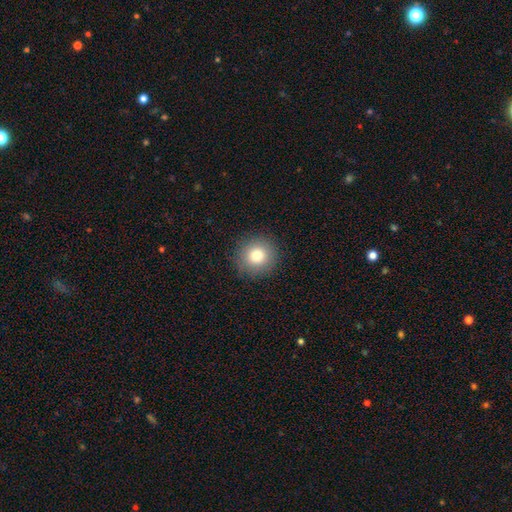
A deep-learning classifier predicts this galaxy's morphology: Smooth or featured?
  - smooth: 82% *
  - star or artifact: 10%
  - featured or disk: 8%
How rounded?
  - round: 93% *
  - in between: 6%
  - cigar-shaped: 1%
Merging?
  - none: 90% *
  - minor disturbance: 7%
  - major disturbance: 2%
  - merger: 1%